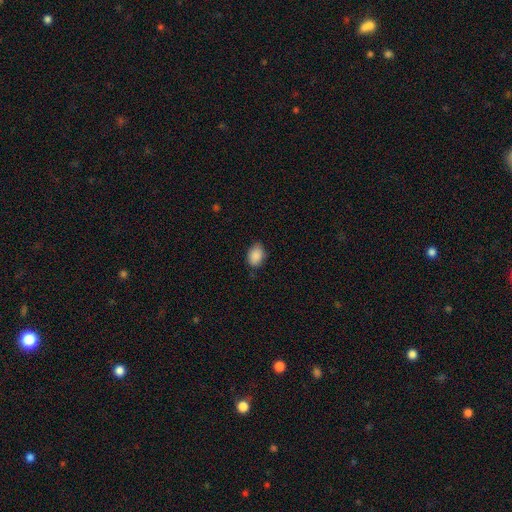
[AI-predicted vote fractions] The model was most divided on "merging": none: 78%, minor disturbance: 18%, major disturbance: 3%, merger: 1%. More confident: smooth or featured — smooth (89%); how rounded — in between (80%).